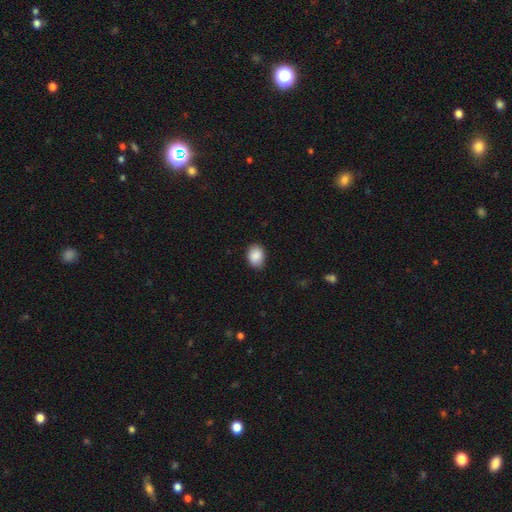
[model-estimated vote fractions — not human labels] smooth-or-featured: smooth: 89% | star or artifact: 7% | featured or disk: 4%
  how-rounded: in between: 74% | round: 26% | cigar-shaped: 1%
  merging: none: 83% | minor disturbance: 13% | major disturbance: 2% | merger: 1%